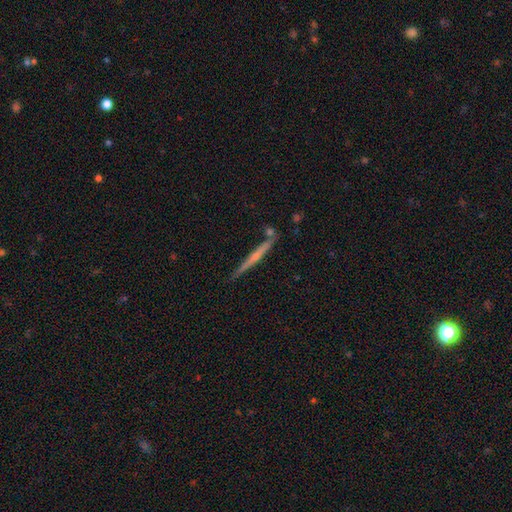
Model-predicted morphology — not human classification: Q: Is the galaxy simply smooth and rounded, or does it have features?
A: featured or disk — 62%.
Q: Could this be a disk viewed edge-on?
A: yes — 98%.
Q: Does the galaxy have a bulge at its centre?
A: none — 53%.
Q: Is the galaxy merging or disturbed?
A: none — 82%.